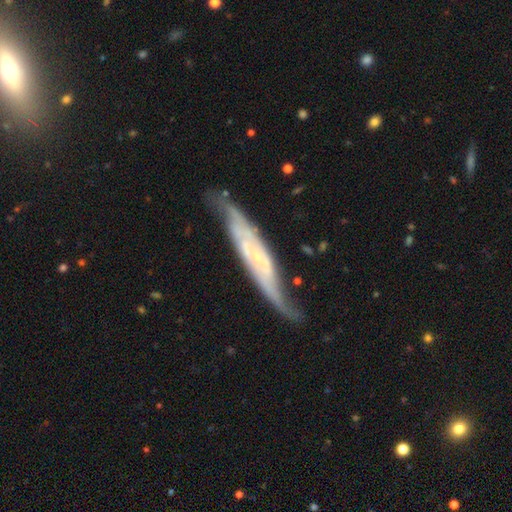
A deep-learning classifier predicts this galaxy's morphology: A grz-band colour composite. It shows a featured or disk galaxy (79%). Merging: none (67%).